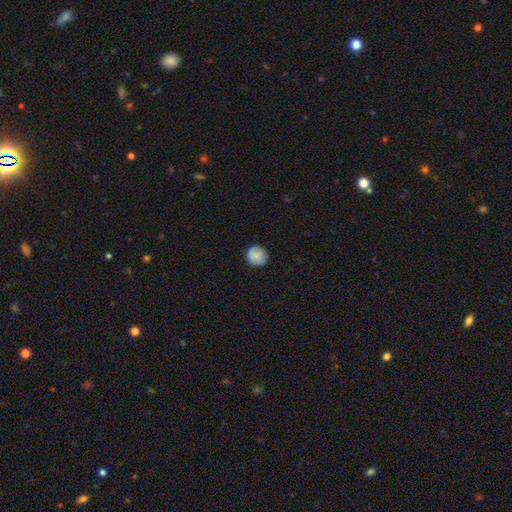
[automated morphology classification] This is clearly a smooth galaxy (81%). How rounded: clearly round (88%). Merging: clearly none (82%).